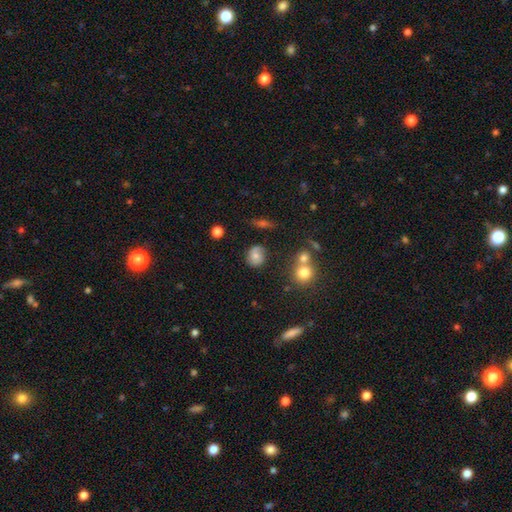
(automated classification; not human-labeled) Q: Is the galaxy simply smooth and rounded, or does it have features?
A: smooth — 58%.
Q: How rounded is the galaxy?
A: round — 72%.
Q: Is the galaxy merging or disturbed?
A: none — 68%.